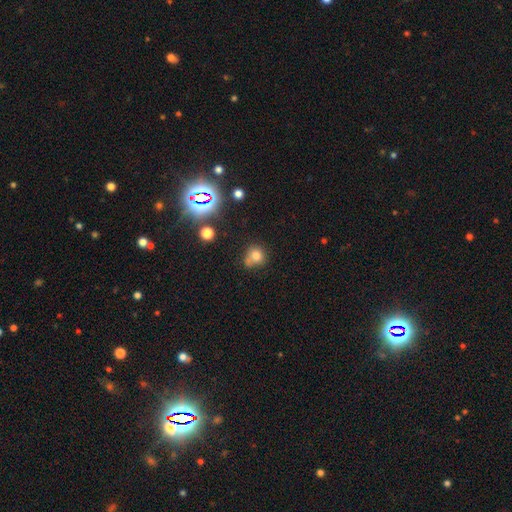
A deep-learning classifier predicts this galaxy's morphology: Smooth or featured? Predicted: smooth (p=0.72). How rounded? Predicted: round (p=0.77). Merging? Predicted: none (p=0.49).